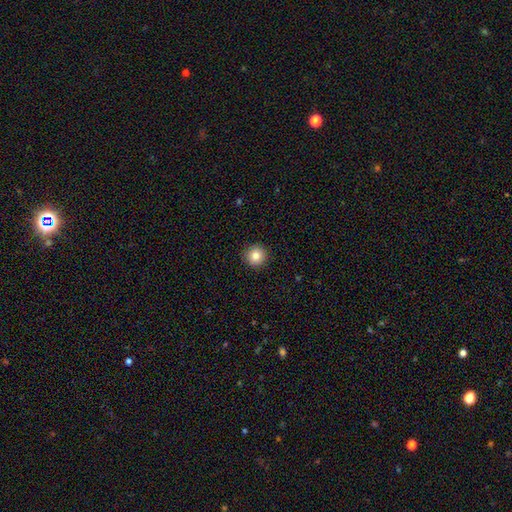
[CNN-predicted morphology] Smooth or featured?
  - smooth: 83% *
  - star or artifact: 10%
  - featured or disk: 7%
How rounded?
  - round: 96% *
  - in between: 3%
  - cigar-shaped: 1%
Merging?
  - none: 93% *
  - minor disturbance: 5%
  - major disturbance: 2%
  - merger: 1%